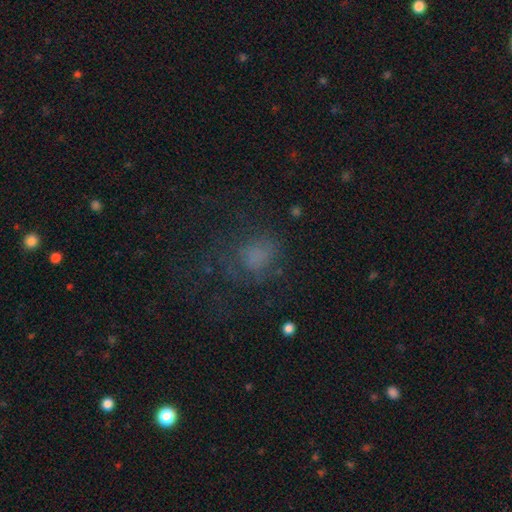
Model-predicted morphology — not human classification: Smooth or featured? smooth (54%)
How rounded? round (57%)
Merging? none (51%)